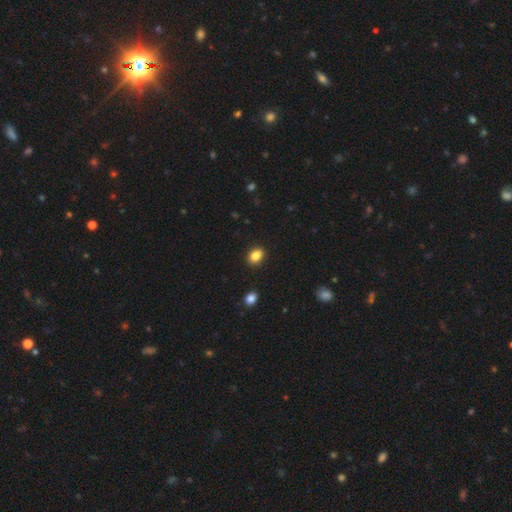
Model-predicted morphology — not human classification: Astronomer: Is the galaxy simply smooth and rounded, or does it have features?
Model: smooth — 86%.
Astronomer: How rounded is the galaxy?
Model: in between — 67%.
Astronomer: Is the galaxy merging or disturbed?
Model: none — 89%.